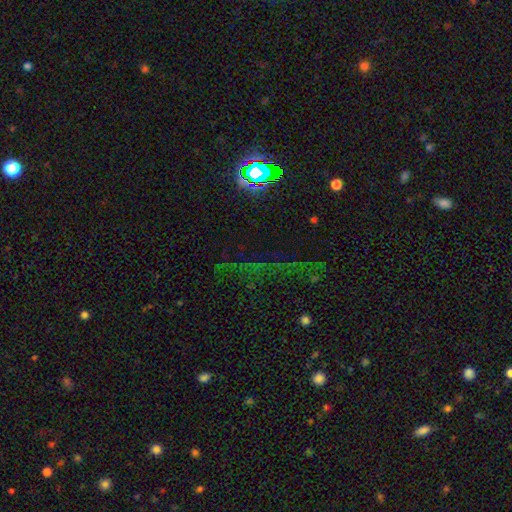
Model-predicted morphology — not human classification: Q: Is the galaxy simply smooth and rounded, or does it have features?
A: star or artifact — 75%.